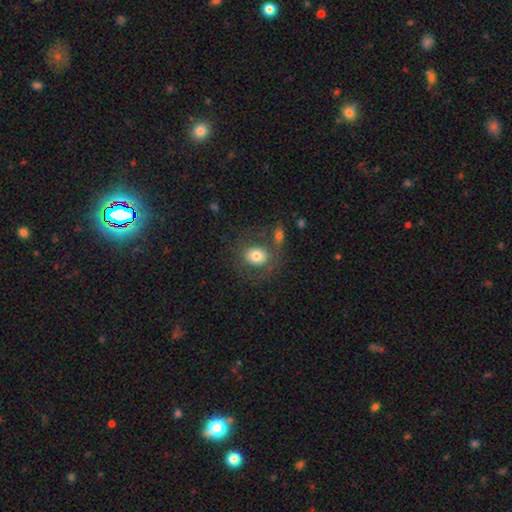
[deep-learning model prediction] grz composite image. It shows a smooth galaxy with no disk features (73%) that is round (61%). Merging: none (66%).